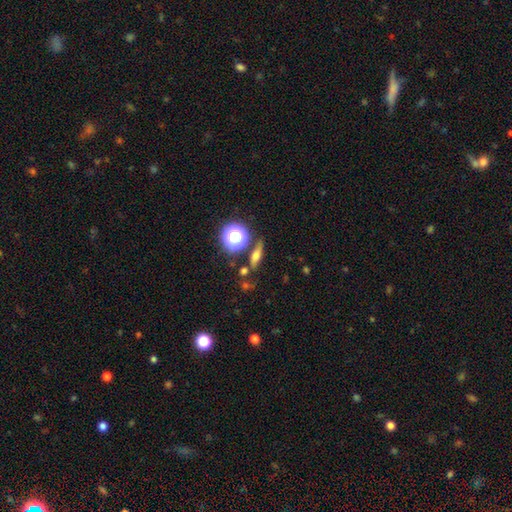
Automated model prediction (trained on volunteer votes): smooth 53%, featured or disk 30%, star or artifact 17%. Down the decision tree: how rounded — cigar-shaped (37%, tied with in between); merging — none (76%).